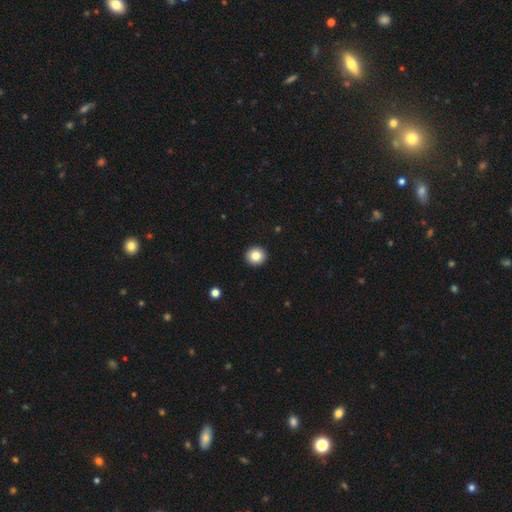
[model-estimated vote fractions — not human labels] Smooth or featured? smooth (85%)
How rounded? round (91%)
Merging? none (93%)